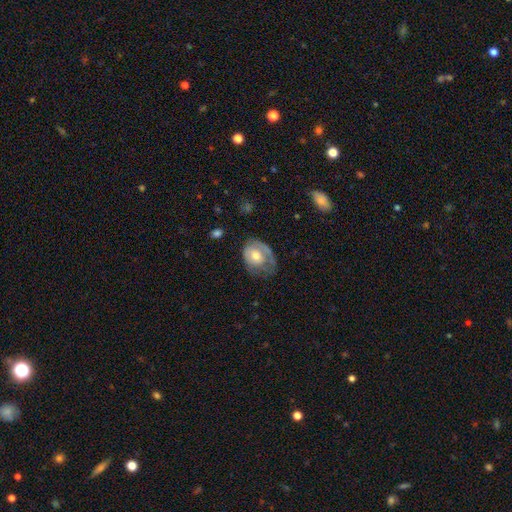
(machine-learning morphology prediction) This is possibly a smooth galaxy (48%). Merging: marginally none (41%).